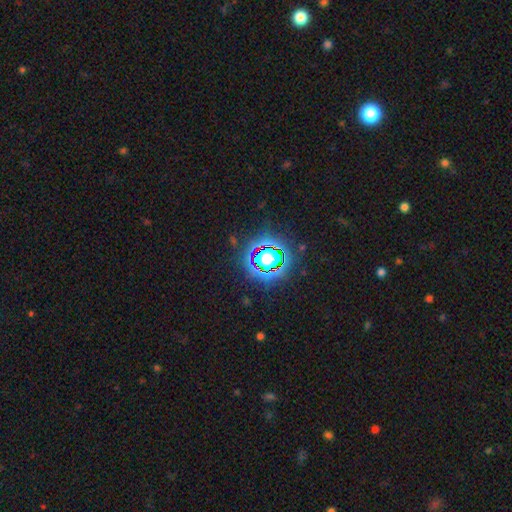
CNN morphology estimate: Smooth or featured?
  - star or artifact: 79% *
  - smooth: 12%
  - featured or disk: 8%